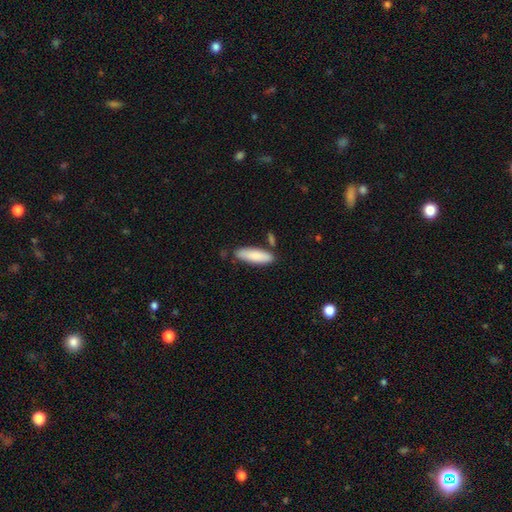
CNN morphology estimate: Smooth or featured?
  - smooth: 86% *
  - featured or disk: 8%
  - star or artifact: 5%
How rounded?
  - cigar-shaped: 52% *
  - in between: 46%
  - round: 1%
Merging?
  - none: 78% *
  - minor disturbance: 14%
  - merger: 6%
  - major disturbance: 3%